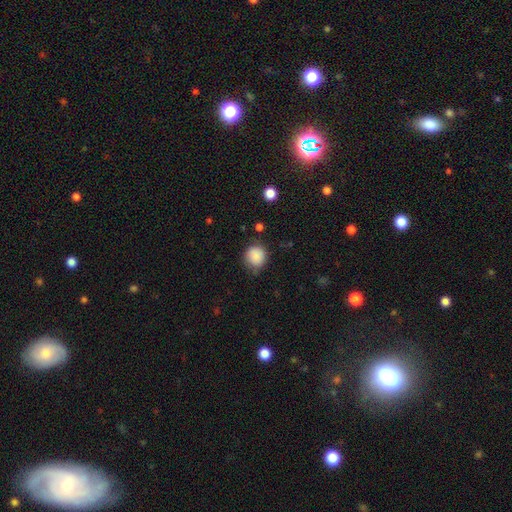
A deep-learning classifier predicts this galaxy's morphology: type=smooth (86%); roundness=round (86%); merging=none (69%).